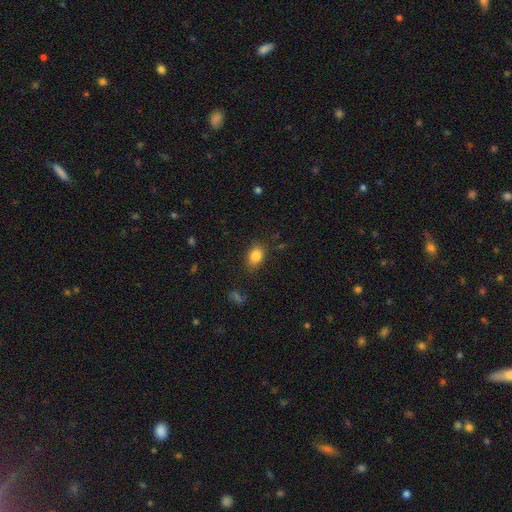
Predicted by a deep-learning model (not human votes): Smooth or featured? smooth (85%)
How rounded? in between (73%)
Merging? none (81%)